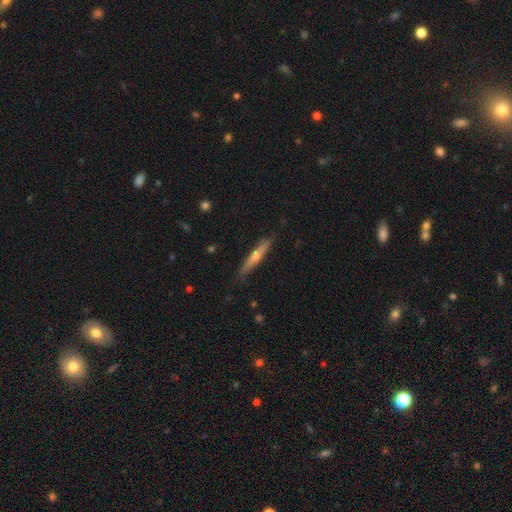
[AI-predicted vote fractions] Smooth or featured: featured or disk — 56% (smooth — 38%)
Edge-on disk: yes — 95% (no — 5%)
Edge-on bulge: rounded — 79% (none — 17%)
Merging: none — 84% (minor disturbance — 13%)